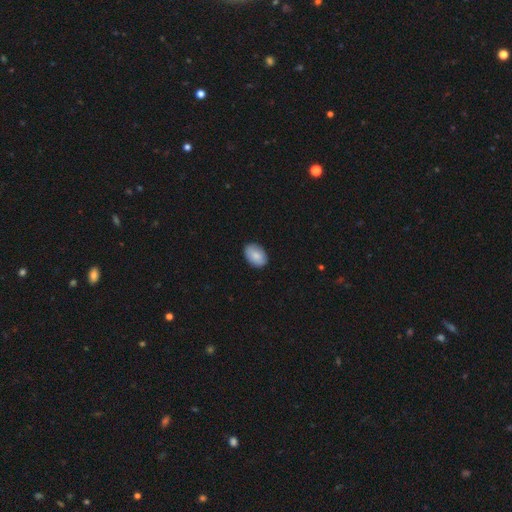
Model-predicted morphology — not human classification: Smooth or featured? smooth (83%)
How rounded? in between (87%)
Merging? none (86%)